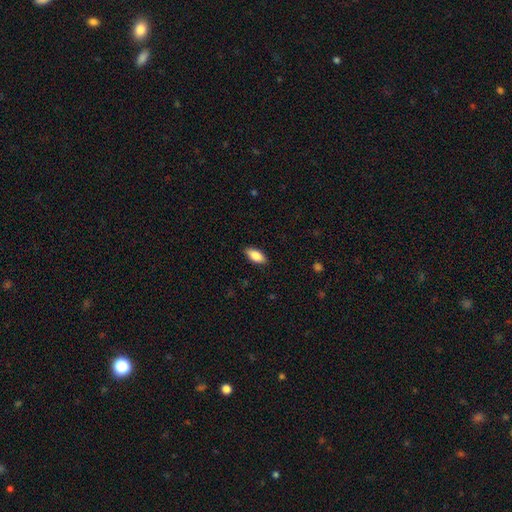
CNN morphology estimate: This is clearly a smooth galaxy (86%). How rounded: clearly in between (88%). Merging: clearly none (88%).